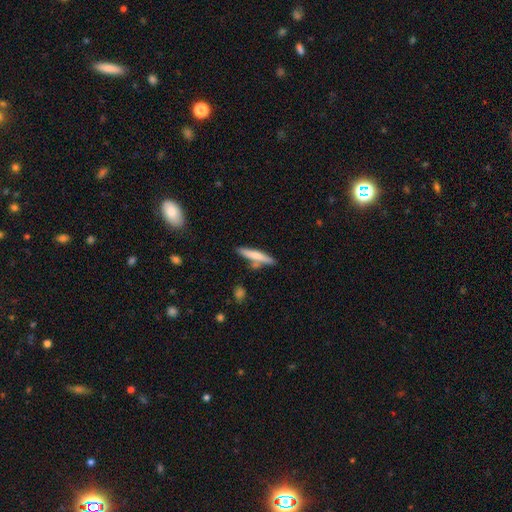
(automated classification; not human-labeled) Smooth or featured?
  - smooth: 64% *
  - featured or disk: 30%
  - star or artifact: 6%
How rounded?
  - cigar-shaped: 91% *
  - in between: 8%
  - round: 2%
Merging?
  - none: 75% *
  - minor disturbance: 12%
  - merger: 10%
  - major disturbance: 3%